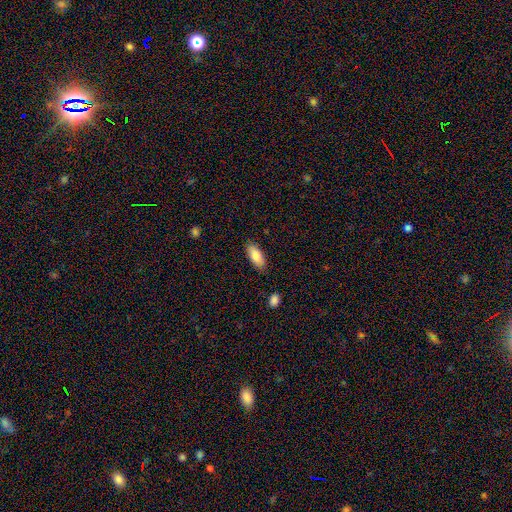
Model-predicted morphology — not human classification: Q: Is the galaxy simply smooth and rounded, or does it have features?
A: smooth — 84%.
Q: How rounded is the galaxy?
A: in between — 84%.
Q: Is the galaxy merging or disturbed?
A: none — 85%.